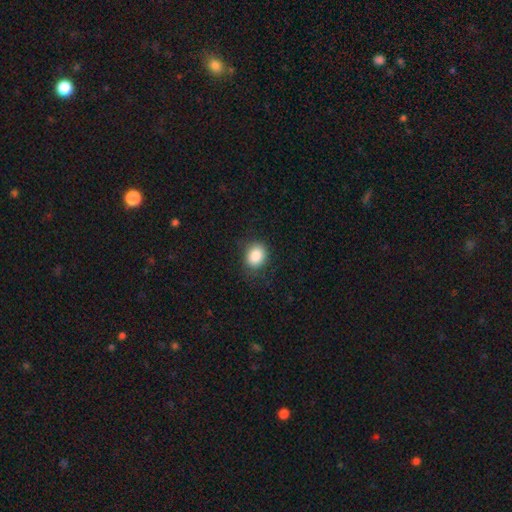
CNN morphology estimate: Smooth or featured? Predicted: smooth (p=0.87). How rounded? Predicted: round (p=0.52). Merging? Predicted: none (p=0.82).